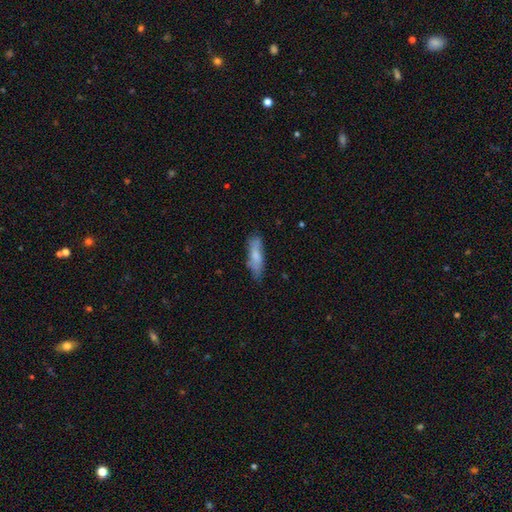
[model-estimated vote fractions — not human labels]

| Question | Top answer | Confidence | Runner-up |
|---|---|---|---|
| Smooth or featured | smooth | 67% | featured or disk (26%) |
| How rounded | cigar-shaped | 58% | in between (40%) |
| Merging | none | 70% | minor disturbance (22%) |